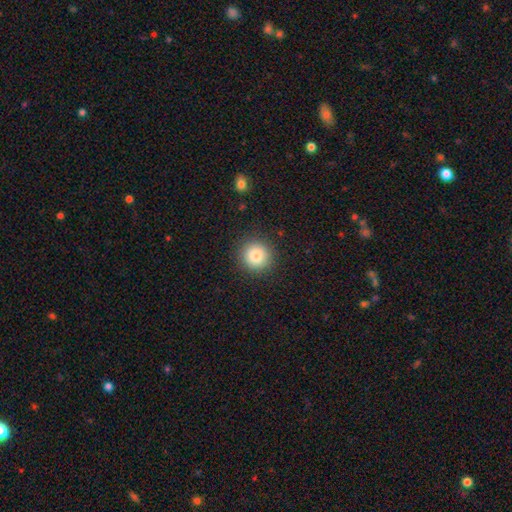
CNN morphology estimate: Smooth or featured? smooth (83%)
How rounded? round (93%)
Merging? none (90%)